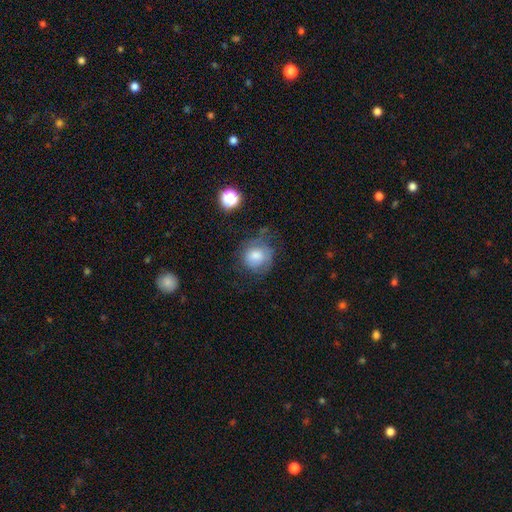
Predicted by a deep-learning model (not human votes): A smooth galaxy with no disk features (62%) that is round (81%). Merging: none (54%).